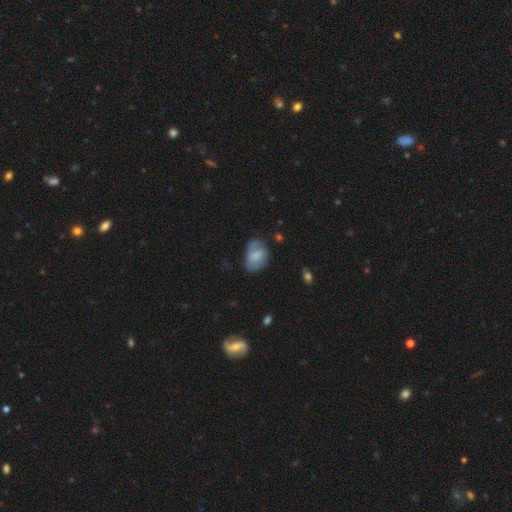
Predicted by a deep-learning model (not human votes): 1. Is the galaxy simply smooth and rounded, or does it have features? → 65% smooth, 27% featured or disk, 8% star or artifact.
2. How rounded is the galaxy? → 80% in between, 19% round, 2% cigar-shaped.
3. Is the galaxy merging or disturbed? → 56% none, 30% minor disturbance, 12% major disturbance, 2% merger.